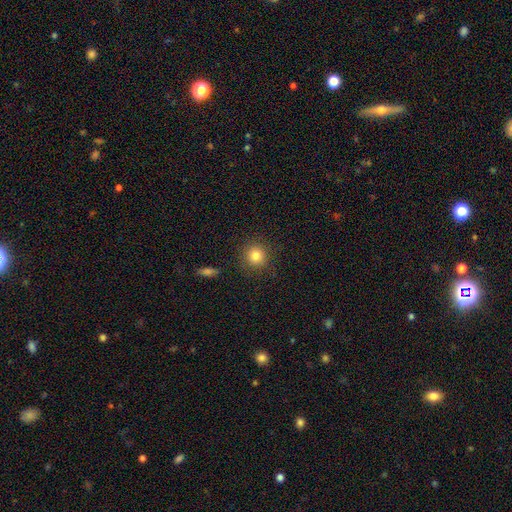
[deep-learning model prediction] Smooth or featured? smooth (82%)
How rounded? round (93%)
Merging? none (89%)